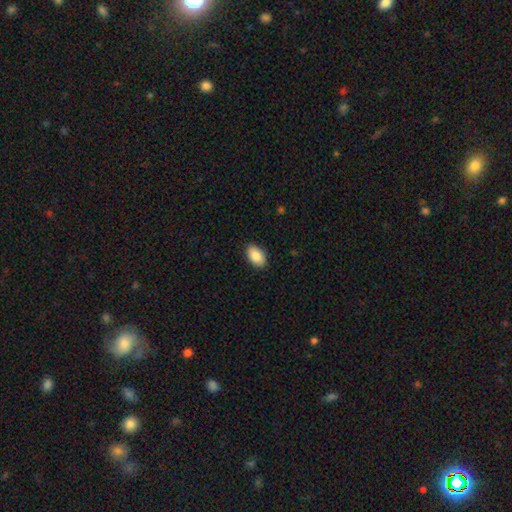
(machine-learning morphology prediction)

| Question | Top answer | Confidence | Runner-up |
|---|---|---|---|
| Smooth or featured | smooth | 87% | star or artifact (7%) |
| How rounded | in between | 92% | round (7%) |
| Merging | none | 89% | minor disturbance (9%) |